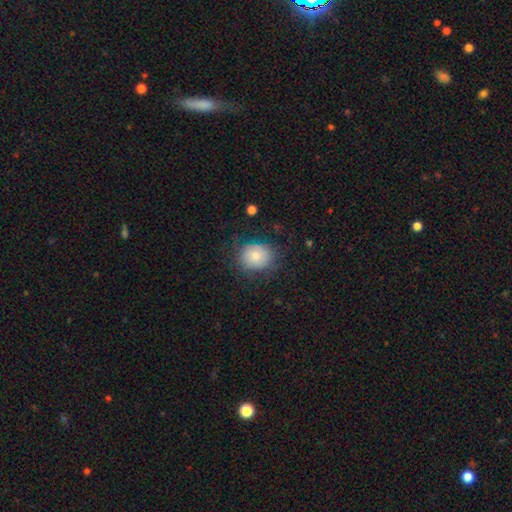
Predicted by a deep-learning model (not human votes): The model was most divided on "how rounded": round: 70%, in between: 29%, cigar-shaped: 1%. More confident: smooth or featured — smooth (78%); merging — none (70%).